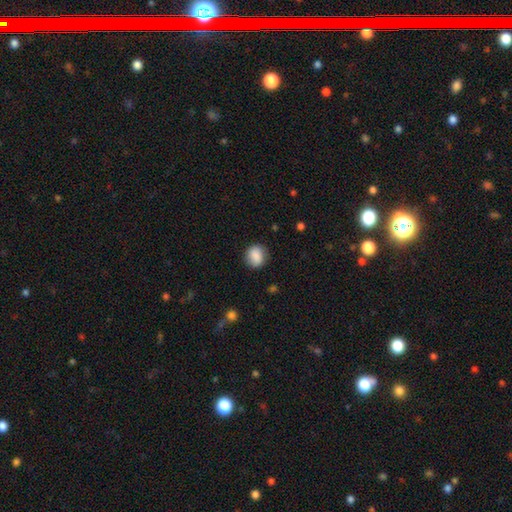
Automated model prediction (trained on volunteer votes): Smooth or featured?
  - smooth: 85% *
  - star or artifact: 8%
  - featured or disk: 7%
How rounded?
  - round: 70% *
  - in between: 29%
  - cigar-shaped: 1%
Merging?
  - none: 82% *
  - minor disturbance: 13%
  - major disturbance: 4%
  - merger: 1%